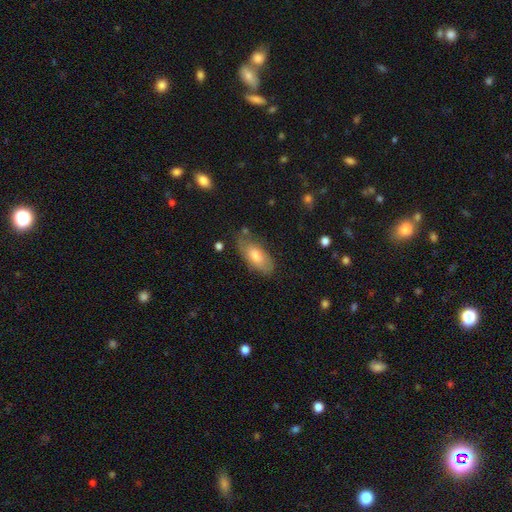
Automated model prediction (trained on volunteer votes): Q: Smooth or featured?
A: smooth (61%); runner-up: featured or disk (31%)
Q: How rounded?
A: in between (86%); runner-up: cigar-shaped (12%)
Q: Merging?
A: none (69%); runner-up: minor disturbance (22%)